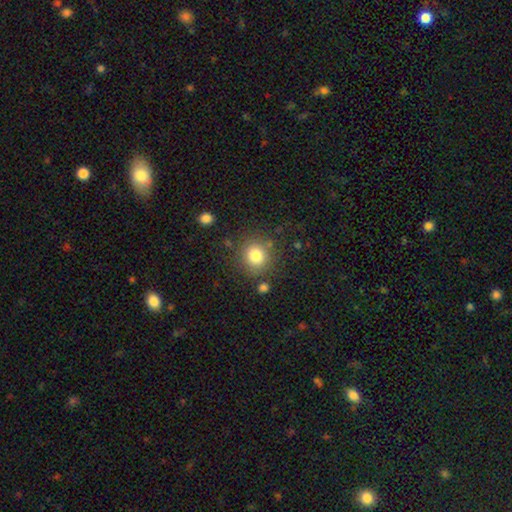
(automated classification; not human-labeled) A smooth galaxy with no disk features (81%) that is round (86%). Merging: none (81%).